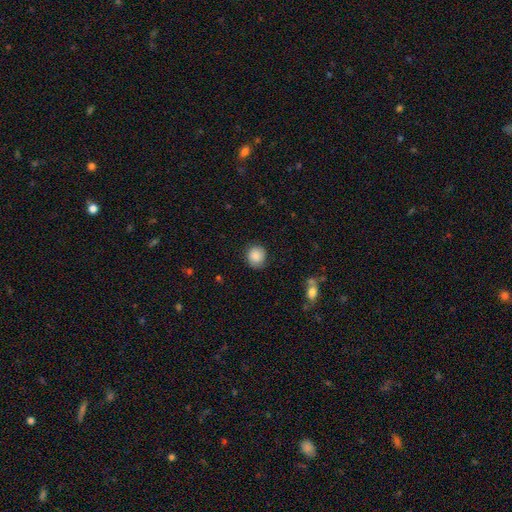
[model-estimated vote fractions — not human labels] Smooth or featured?
  - smooth: 86% *
  - star or artifact: 8%
  - featured or disk: 6%
How rounded?
  - round: 87% *
  - in between: 12%
  - cigar-shaped: 1%
Merging?
  - none: 83% *
  - minor disturbance: 13%
  - major disturbance: 3%
  - merger: 1%